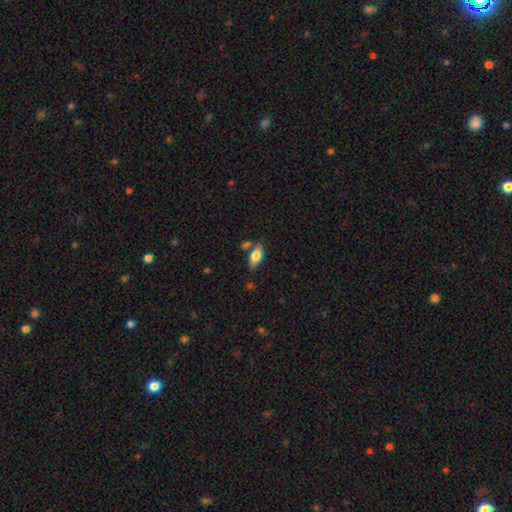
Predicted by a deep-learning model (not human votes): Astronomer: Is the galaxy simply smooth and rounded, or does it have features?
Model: smooth — 70%.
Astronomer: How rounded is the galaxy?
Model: in between — 82%.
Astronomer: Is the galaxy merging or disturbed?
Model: none — 69%.